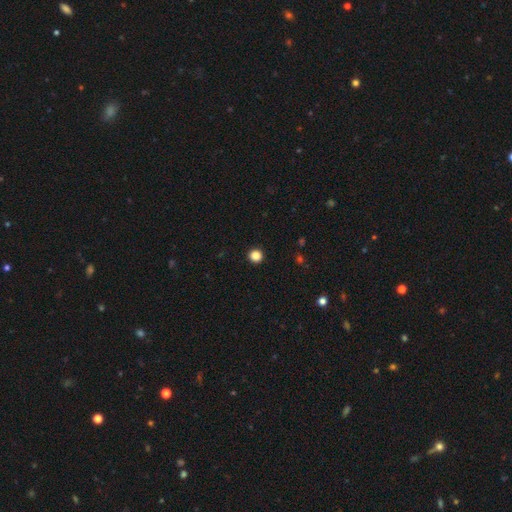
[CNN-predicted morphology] smooth 86%, star or artifact 11%, featured or disk 3%. Down the decision tree: how rounded — round (95%); merging — none (94%).